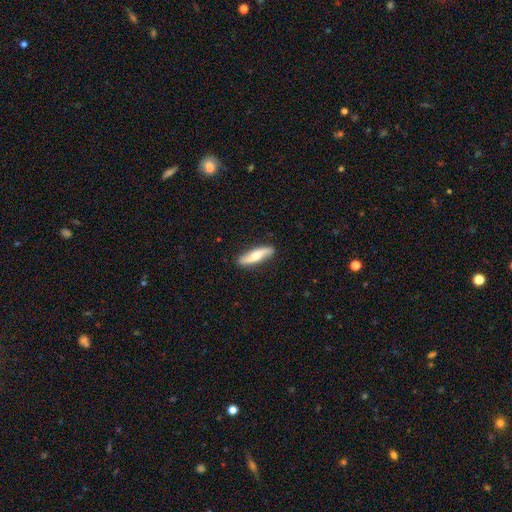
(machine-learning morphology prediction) Q: Smooth or featured?
A: featured or disk (50%); runner-up: smooth (45%)
Q: Merging?
A: none (85%); runner-up: minor disturbance (12%)